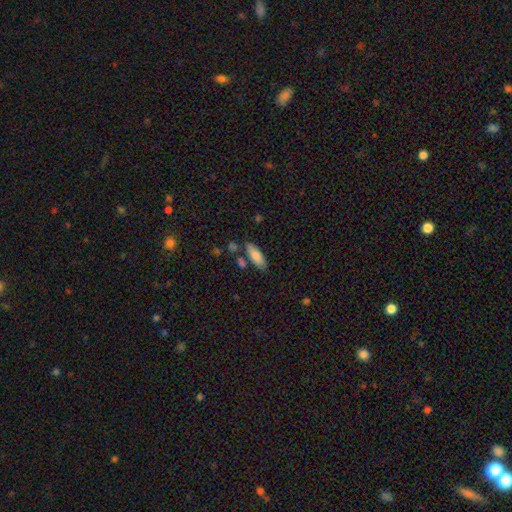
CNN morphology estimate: smooth_or_featured: smooth (p=0.83) [alt: featured or disk p=0.11]
how_rounded: in between (p=0.64) [alt: cigar-shaped p=0.34]
merging: none (p=0.73) [alt: minor disturbance p=0.14]